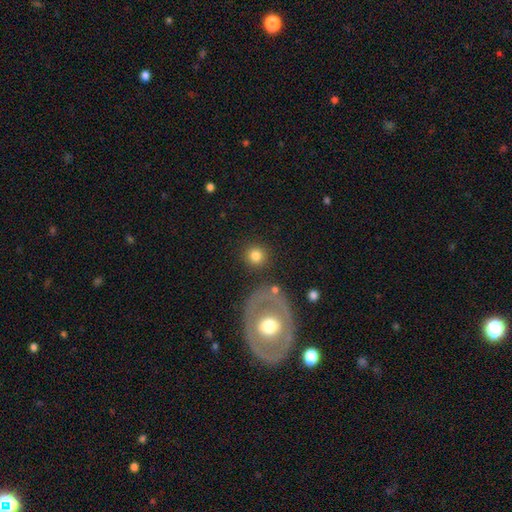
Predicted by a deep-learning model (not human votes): A smooth galaxy with no disk features (80%) that is round (93%).

Vote fractions:
- Smooth or featured? smooth: 80% / featured or disk: 10% / star or artifact: 10%
- How rounded? round: 93% / in between: 6% / cigar-shaped: 1%
- Merging? none: 84% / minor disturbance: 7% / merger: 6% / major disturbance: 4%